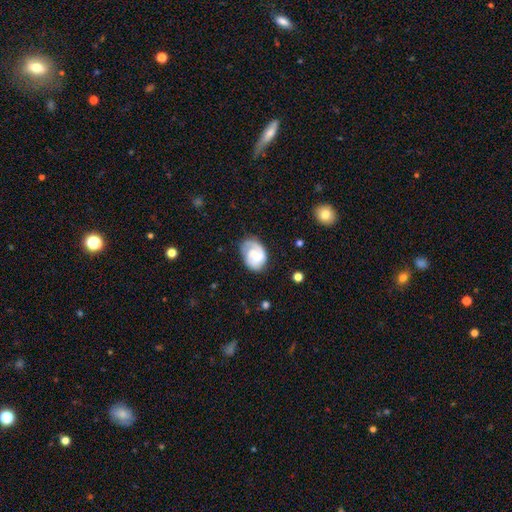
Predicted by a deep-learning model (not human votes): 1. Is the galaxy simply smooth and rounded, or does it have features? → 64% featured or disk, 29% smooth, 7% star or artifact.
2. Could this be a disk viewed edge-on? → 98% no, 2% yes.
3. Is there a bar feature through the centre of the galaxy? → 46% no, 41% weak, 13% strong.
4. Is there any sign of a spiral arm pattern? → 90% yes, 10% no.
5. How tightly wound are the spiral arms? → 48% tight, 37% medium, 15% loose.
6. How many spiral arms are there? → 44% 2, 34% 1, 14% can't tell, 5% 3, 1% 4, 1% more than 4.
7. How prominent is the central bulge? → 36% none, 27% small, 22% moderate, 12% large, 3% dominant.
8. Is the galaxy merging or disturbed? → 63% none, 23% minor disturbance, 11% major disturbance, 2% merger.